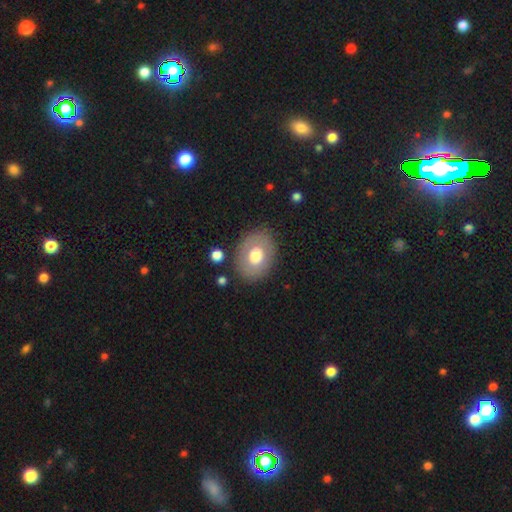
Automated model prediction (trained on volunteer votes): This appears to be a smooth galaxy with no disk features (62%) that is in between round and cigar-shaped (65%). Merging: none (82%).